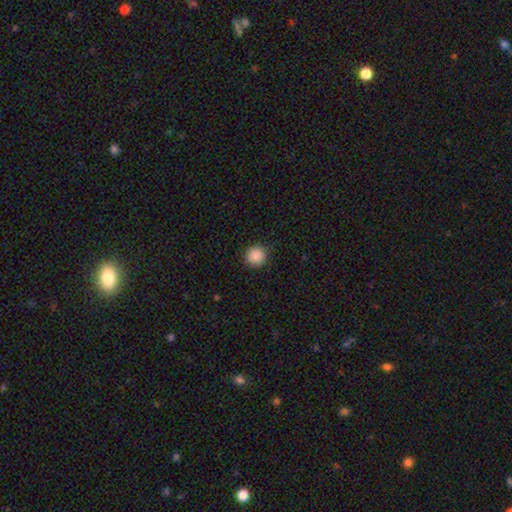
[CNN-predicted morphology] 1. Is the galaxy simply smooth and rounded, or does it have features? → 89% smooth, 9% star or artifact, 2% featured or disk.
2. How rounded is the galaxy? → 93% round, 6% in between, 1% cigar-shaped.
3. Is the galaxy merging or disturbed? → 91% none, 6% minor disturbance, 2% major disturbance, 1% merger.